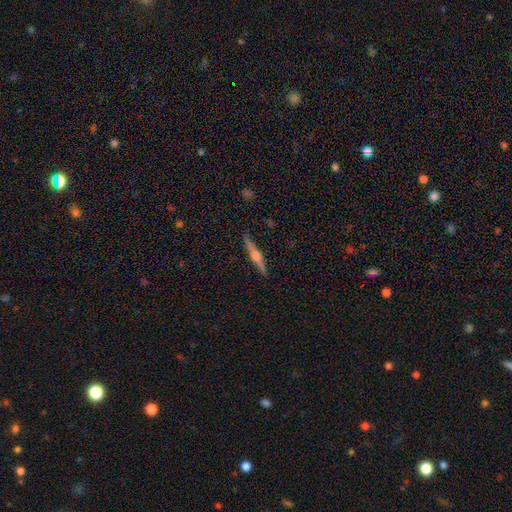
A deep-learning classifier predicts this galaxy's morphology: type=featured or disk (70%); edge-on=yes (98%); edge-on bulge=rounded (85%); merging=none (89%).